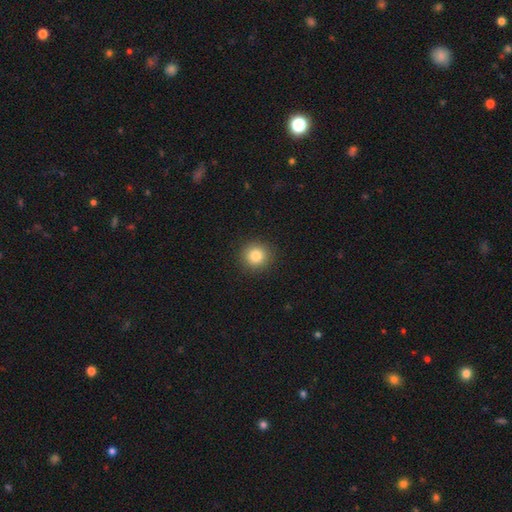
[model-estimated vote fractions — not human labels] smooth-or-featured: smooth: 83% | star or artifact: 11% | featured or disk: 6%
  how-rounded: round: 93% | in between: 6% | cigar-shaped: 1%
  merging: none: 91% | minor disturbance: 6% | major disturbance: 2% | merger: 1%